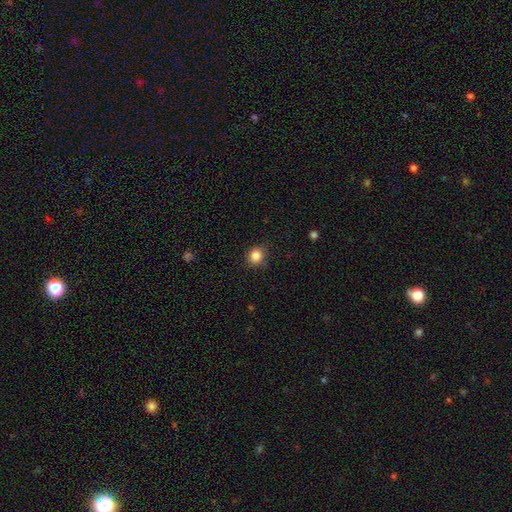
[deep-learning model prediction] Smooth or featured? Predicted: smooth (p=0.85). How rounded? Predicted: round (p=0.81). Merging? Predicted: none (p=0.86).